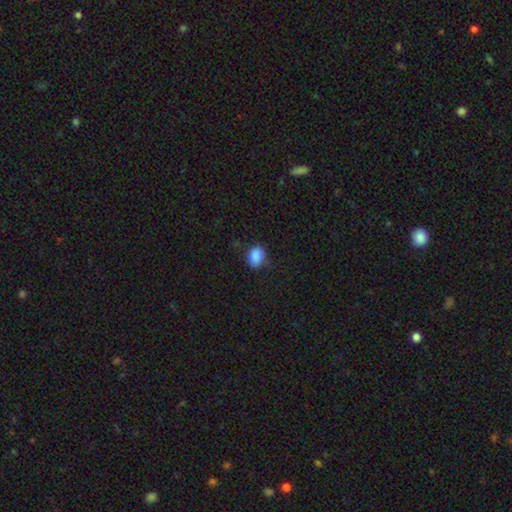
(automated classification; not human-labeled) smooth_or_featured: smooth (p=0.87) [alt: star or artifact p=0.09]
how_rounded: in between (p=0.65) [alt: round p=0.34]
merging: none (p=0.73) [alt: minor disturbance p=0.21]